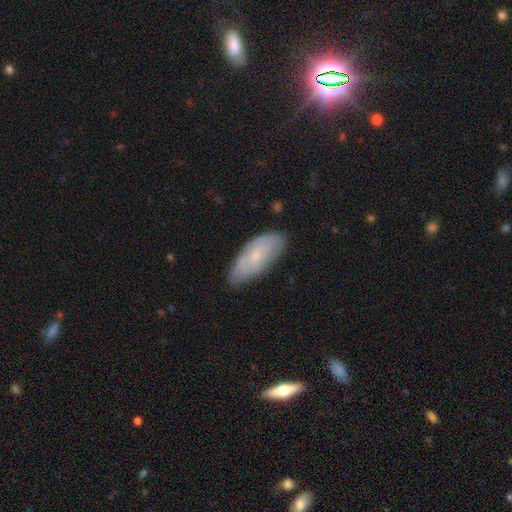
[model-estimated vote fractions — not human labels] Smooth or featured: smooth — 54% (featured or disk — 39%)
How rounded: in between — 84% (cigar-shaped — 13%)
Merging: none — 69% (minor disturbance — 25%)